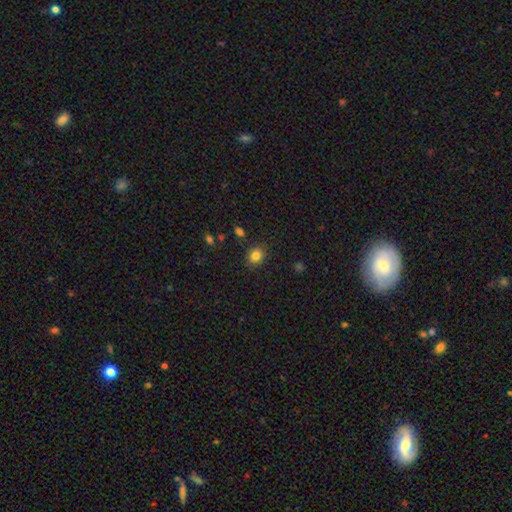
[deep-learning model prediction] This appears to be a smooth galaxy with no disk features (83%) that is round (57%). Merging: none (86%).